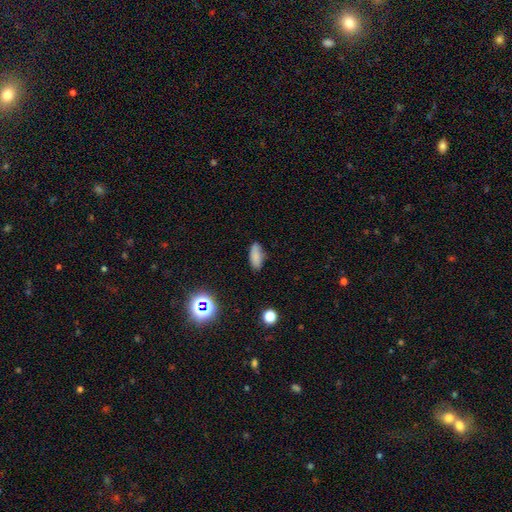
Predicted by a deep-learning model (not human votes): Smooth or featured?
  - smooth: 82% *
  - star or artifact: 11%
  - featured or disk: 7%
How rounded?
  - in between: 81% *
  - cigar-shaped: 16%
  - round: 3%
Merging?
  - none: 80% *
  - minor disturbance: 15%
  - major disturbance: 3%
  - merger: 2%